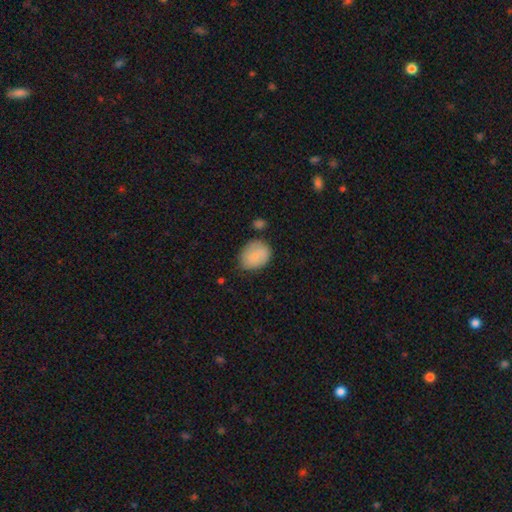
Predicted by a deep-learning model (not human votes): smooth 84%, featured or disk 9%, star or artifact 7%. Down the decision tree: how rounded — in between (50%); merging — none (67%).